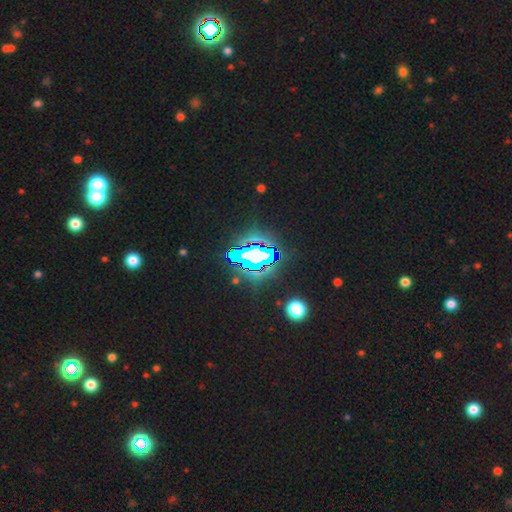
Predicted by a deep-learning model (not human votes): A star or artifact, not a galaxy (71%).

Vote fractions:
- Smooth or featured? star or artifact: 71% / featured or disk: 15% / smooth: 15%